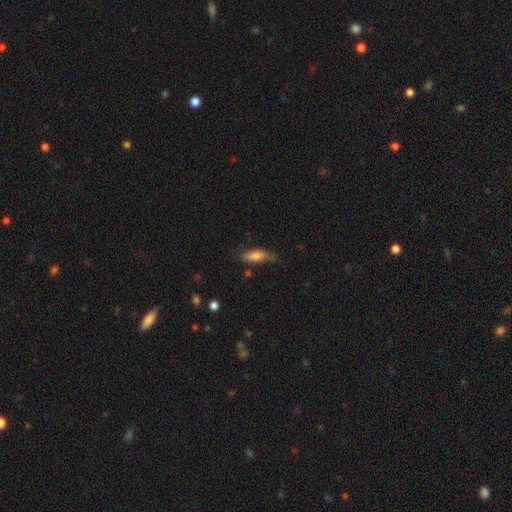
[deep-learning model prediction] Q: Smooth or featured?
A: smooth (73%); runner-up: featured or disk (20%)
Q: How rounded?
A: in between (55%); runner-up: cigar-shaped (43%)
Q: Merging?
A: none (66%); runner-up: minor disturbance (25%)